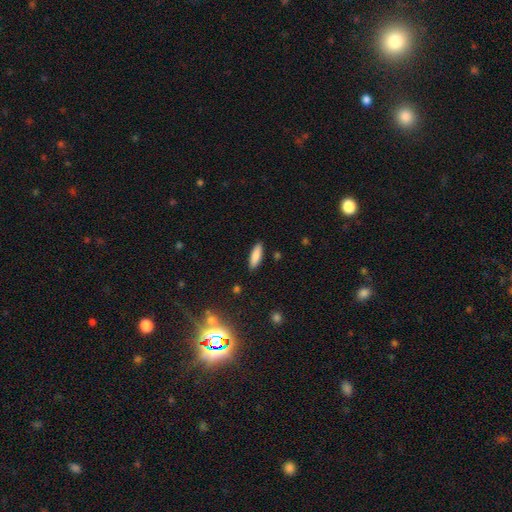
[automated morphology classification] smooth 85%, featured or disk 8%, star or artifact 7%. Down the decision tree: how rounded — cigar-shaped (53%); merging — none (88%).